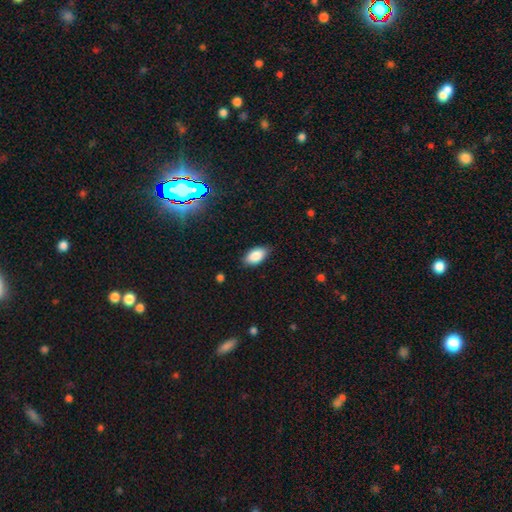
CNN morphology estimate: This is clearly a smooth galaxy (86%). How rounded: clearly in between (93%). Merging: clearly none (82%).